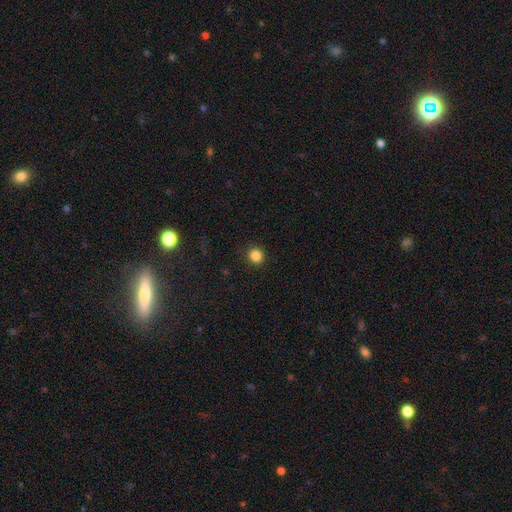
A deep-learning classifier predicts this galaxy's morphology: Smooth or featured? smooth (85%)
How rounded? round (92%)
Merging? none (91%)